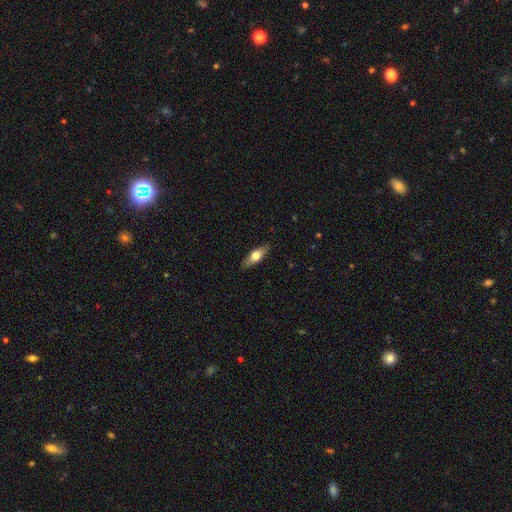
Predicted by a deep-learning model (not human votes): smooth 57%, featured or disk 37%, star or artifact 6%. Down the decision tree: how rounded — in between (58%); merging — none (87%).